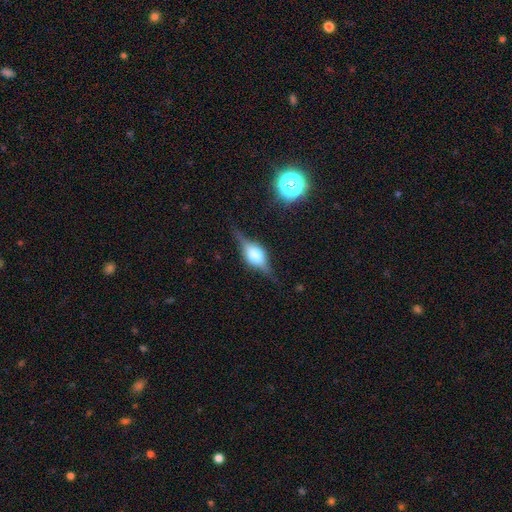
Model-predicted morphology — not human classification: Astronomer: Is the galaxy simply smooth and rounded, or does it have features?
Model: featured or disk — 70%.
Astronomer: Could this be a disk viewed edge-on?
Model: yes — 95%.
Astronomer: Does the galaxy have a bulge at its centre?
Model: rounded — 90%.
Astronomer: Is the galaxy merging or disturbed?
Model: none — 80%.